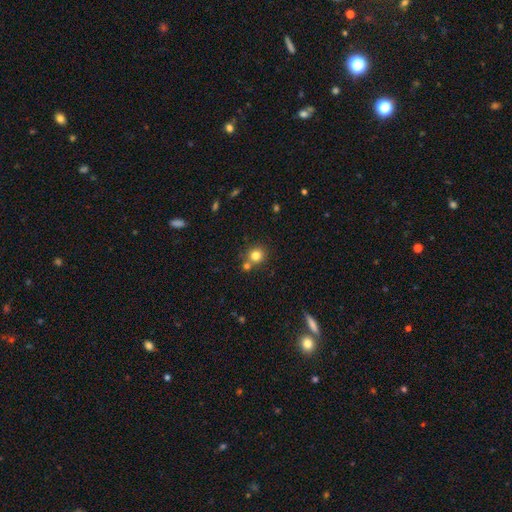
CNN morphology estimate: The model was most divided on "merging": none: 67%, merger: 22%, minor disturbance: 8%, major disturbance: 3%. More confident: how rounded — round (88%); smooth or featured — smooth (81%).